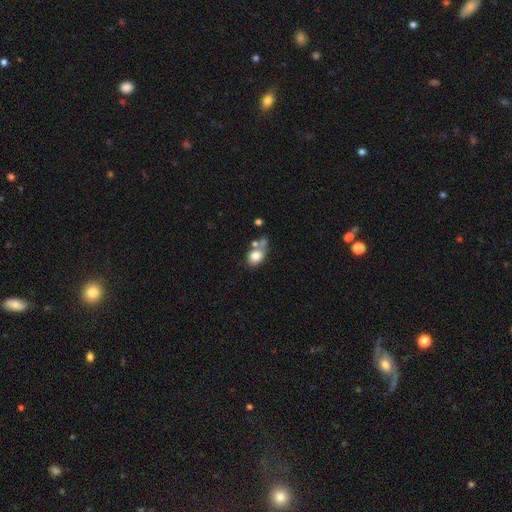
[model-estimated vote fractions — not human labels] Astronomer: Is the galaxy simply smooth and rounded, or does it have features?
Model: smooth — 76%.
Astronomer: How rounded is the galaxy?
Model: in between — 56% (runner-up: round, 42%).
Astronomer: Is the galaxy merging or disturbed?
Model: none — 39% (runner-up: merger, 35%).